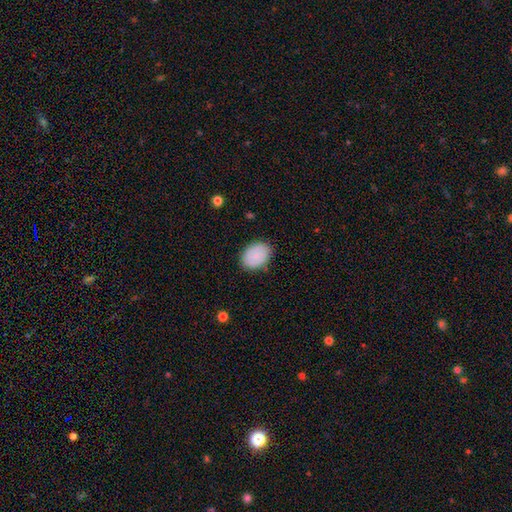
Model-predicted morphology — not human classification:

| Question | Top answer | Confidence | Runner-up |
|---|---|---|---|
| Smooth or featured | smooth | 68% | featured or disk (24%) |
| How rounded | in between | 76% | round (23%) |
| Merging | none | 84% | minor disturbance (12%) |